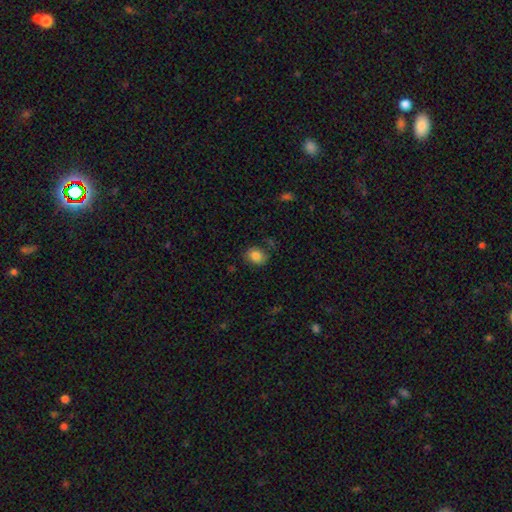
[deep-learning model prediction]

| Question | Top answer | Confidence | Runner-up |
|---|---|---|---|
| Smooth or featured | smooth | 83% | star or artifact (9%) |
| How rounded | in between | 50% | round (49%) |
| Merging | none | 78% | minor disturbance (16%) |